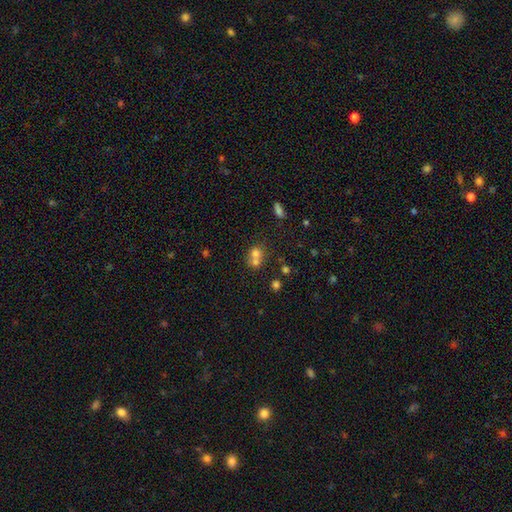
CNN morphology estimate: smooth 67%, featured or disk 18%, star or artifact 15%. Down the decision tree: how rounded — round (74%); merging — merger (61%).